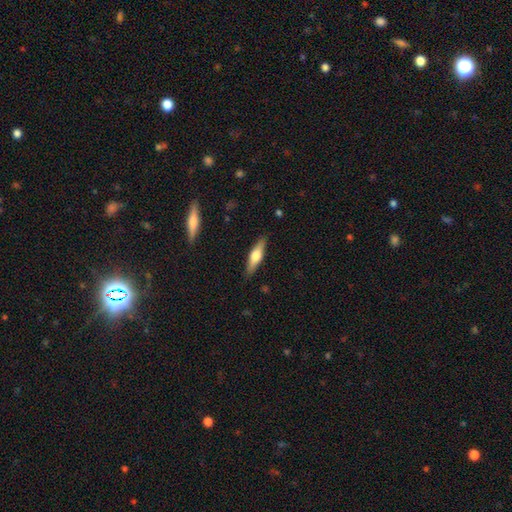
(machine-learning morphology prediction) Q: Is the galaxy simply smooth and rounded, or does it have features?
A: featured or disk — 50%.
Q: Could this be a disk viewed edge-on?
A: yes — 94%.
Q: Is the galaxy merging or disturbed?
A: none — 88%.